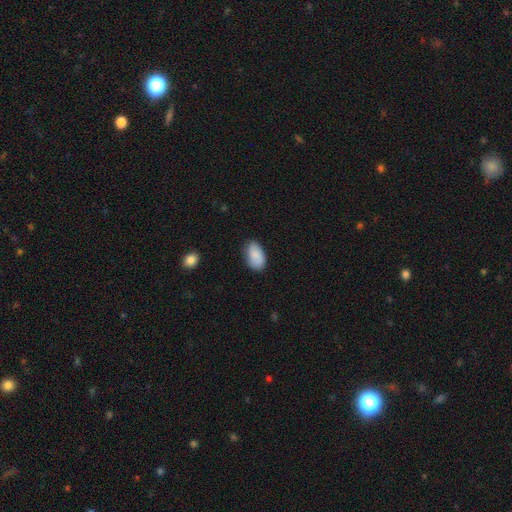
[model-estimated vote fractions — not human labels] Smooth or featured: smooth — 86% (featured or disk — 8%)
How rounded: in between — 93% (round — 6%)
Merging: none — 78% (minor disturbance — 18%)